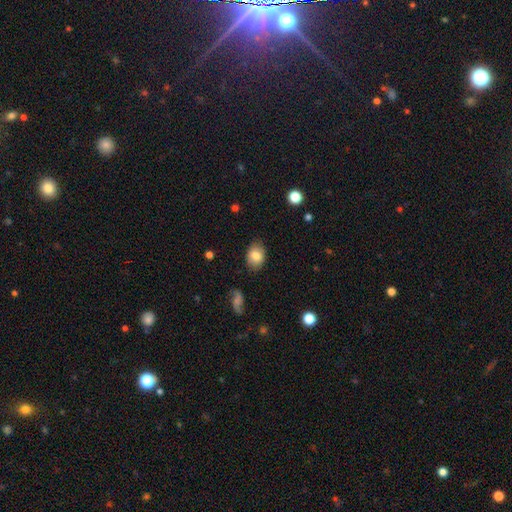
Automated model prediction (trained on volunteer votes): Smooth or featured? smooth (82%)
How rounded? in between (73%)
Merging? none (82%)